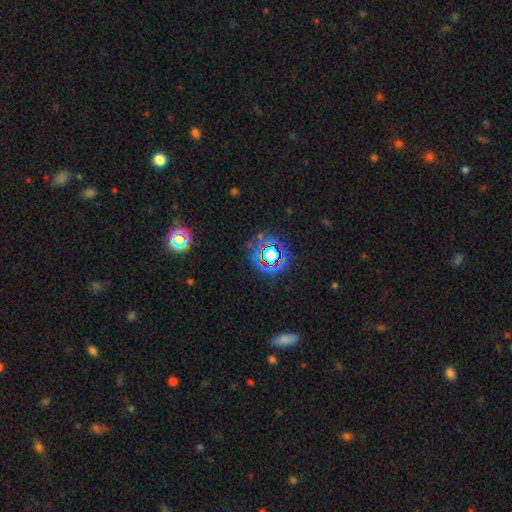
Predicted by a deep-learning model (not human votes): Morphology: type=star or artifact (73%).